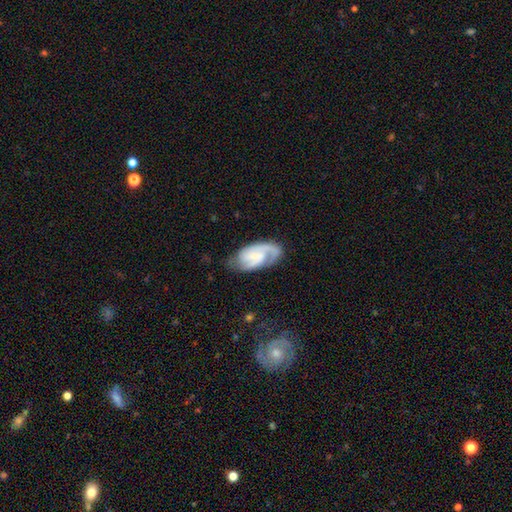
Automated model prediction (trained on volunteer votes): The model was most divided on "bar": weak: 43%, no: 42%, strong: 15%. Remaining: edge-on disk — no (97%); spiral arms — yes (96%); smooth or featured — featured or disk (79%); spiral arm count — 2 (70%); merging — none (64%); bulge size — small (49%); spiral winding — medium (45%).